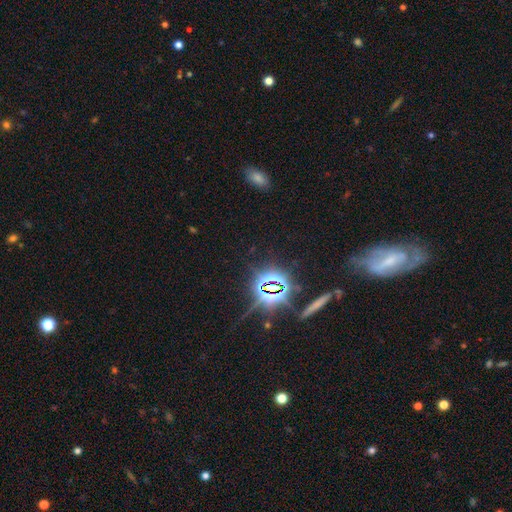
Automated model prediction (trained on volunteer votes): This appears to be a star or artifact, not a galaxy (69%).